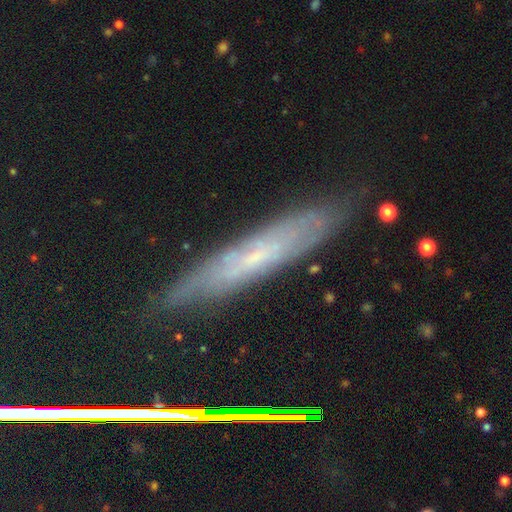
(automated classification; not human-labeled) This is possibly a featured or disk galaxy (52%). It is likely viewed edge-on (61%). Merging: clearly none (83%).